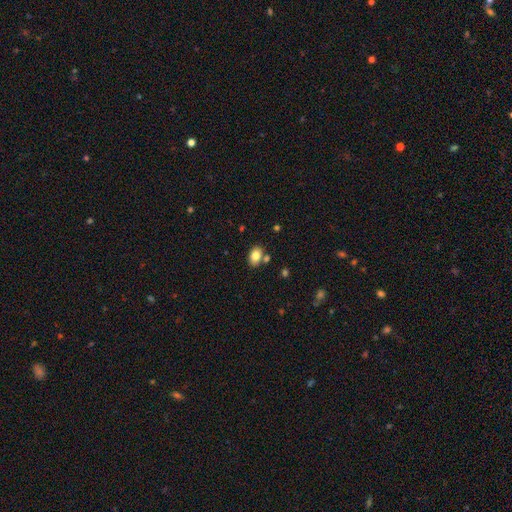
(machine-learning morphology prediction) smooth_or_featured: smooth (p=0.82) [alt: featured or disk p=0.09]
how_rounded: in between (p=0.80) [alt: round p=0.19]
merging: none (p=0.73) [alt: minor disturbance p=0.12]